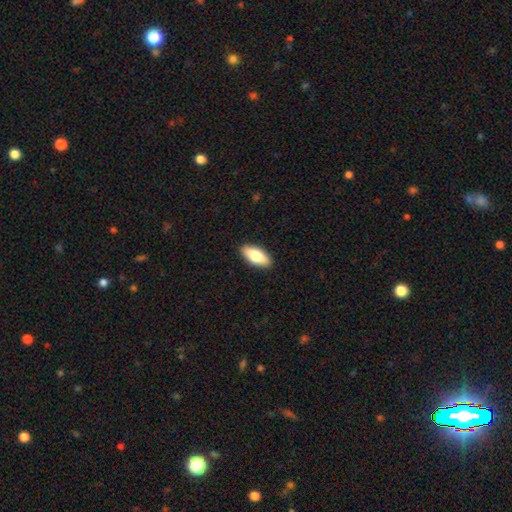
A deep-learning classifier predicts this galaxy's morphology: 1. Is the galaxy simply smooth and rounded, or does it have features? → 73% smooth, 21% featured or disk, 6% star or artifact.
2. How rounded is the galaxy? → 84% in between, 13% cigar-shaped, 3% round.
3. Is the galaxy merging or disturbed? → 91% none, 7% minor disturbance, 2% major disturbance, 1% merger.